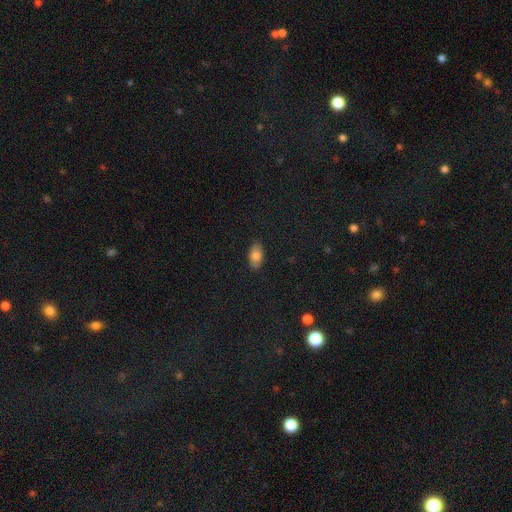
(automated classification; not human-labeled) smooth_or_featured: smooth (p=0.80) [alt: featured or disk p=0.13]
how_rounded: in between (p=0.92) [alt: round p=0.04]
merging: none (p=0.87) [alt: minor disturbance p=0.10]